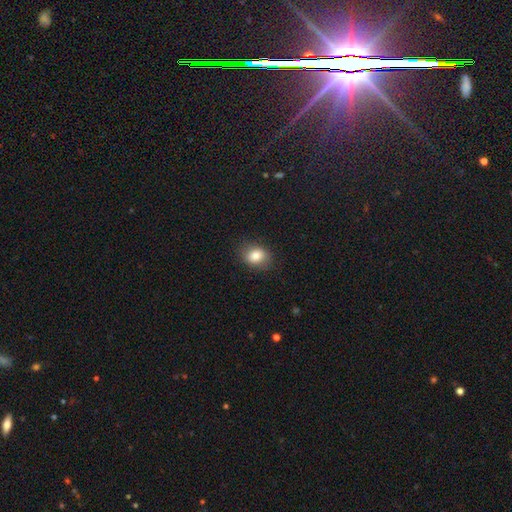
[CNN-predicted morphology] Overall: smooth (83%). How rounded: in between (55%; round 44%). Merging: none (82%).